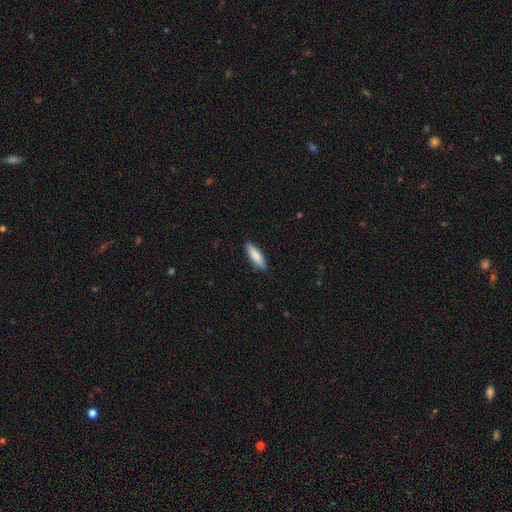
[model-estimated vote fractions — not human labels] smooth-or-featured: smooth: 84% | featured or disk: 10% | star or artifact: 5%
  how-rounded: cigar-shaped: 51% | in between: 47% | round: 2%
  merging: none: 89% | minor disturbance: 9% | major disturbance: 2% | merger: 1%